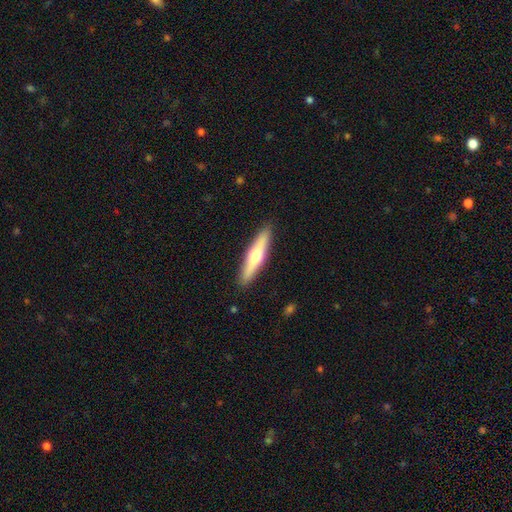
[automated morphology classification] Smooth or featured: smooth — 51% (featured or disk — 44%)
How rounded: cigar-shaped — 83% (in between — 15%)
Merging: none — 90% (minor disturbance — 7%)